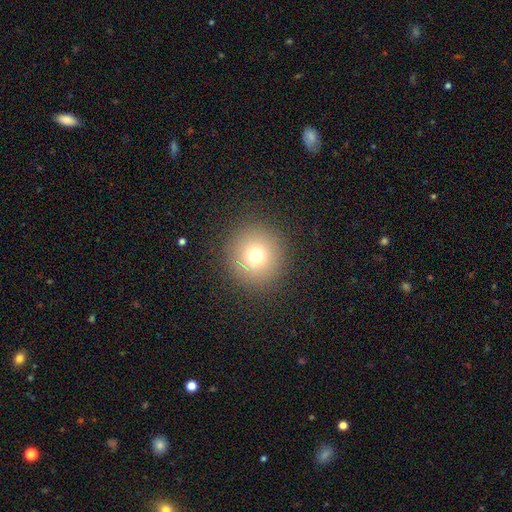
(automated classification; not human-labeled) A smooth galaxy with no disk features (73%) that is round (95%). Merging: none (90%).